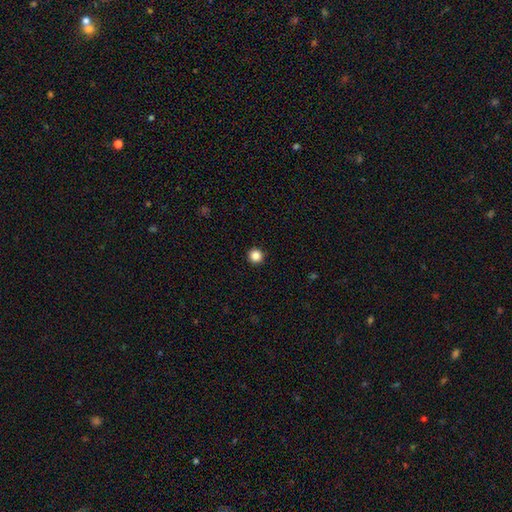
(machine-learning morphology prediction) Overall: smooth (86%). How rounded: round (96%). Merging: none (94%).